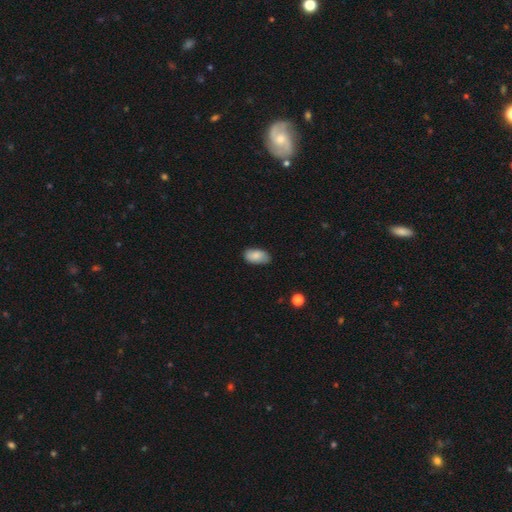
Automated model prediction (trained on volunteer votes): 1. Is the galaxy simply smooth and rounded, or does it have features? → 85% smooth, 8% featured or disk, 7% star or artifact.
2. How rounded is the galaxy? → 94% in between, 4% round, 2% cigar-shaped.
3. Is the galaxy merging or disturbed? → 77% none, 19% minor disturbance, 3% major disturbance, 1% merger.